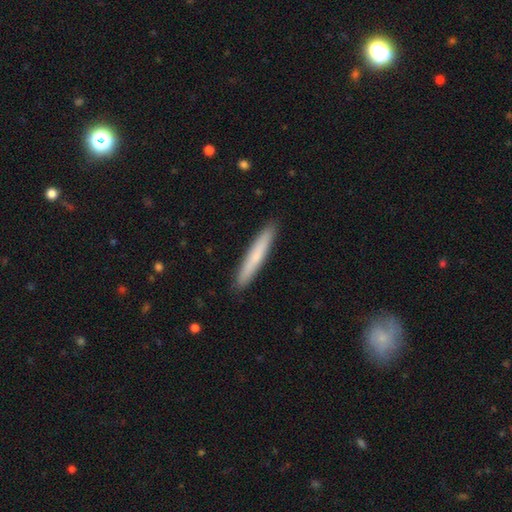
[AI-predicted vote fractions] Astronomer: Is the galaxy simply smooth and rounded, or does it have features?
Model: smooth — 69%.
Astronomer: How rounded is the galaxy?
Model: cigar-shaped — 95%.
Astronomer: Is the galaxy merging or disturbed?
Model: none — 92%.